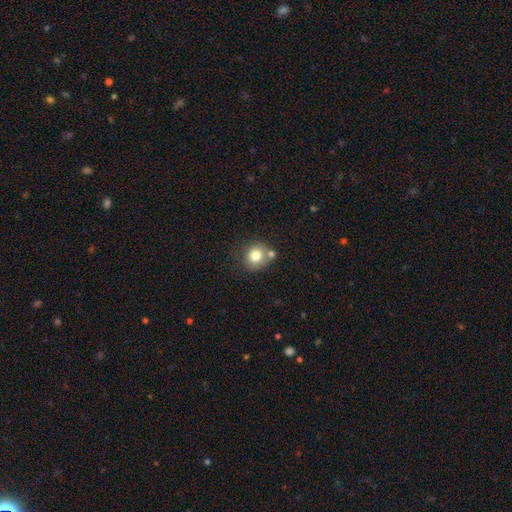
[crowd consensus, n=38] smooth 87%, star or artifact 11%, featured or disk 3%. Down the decision tree: how rounded — round (76%); merging — none (41%, tied with merger).